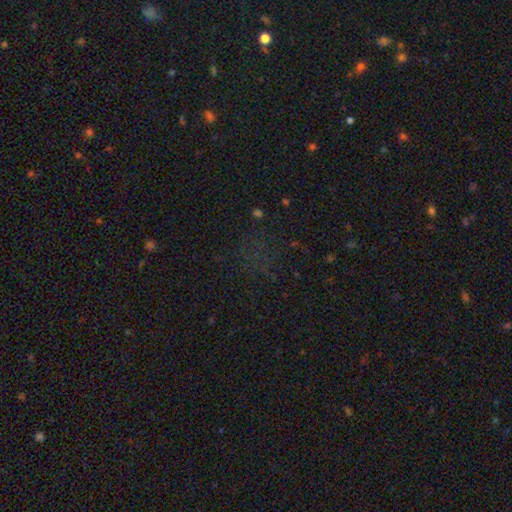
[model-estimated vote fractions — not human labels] smooth_or_featured: star or artifact (p=0.63) [alt: smooth p=0.27]